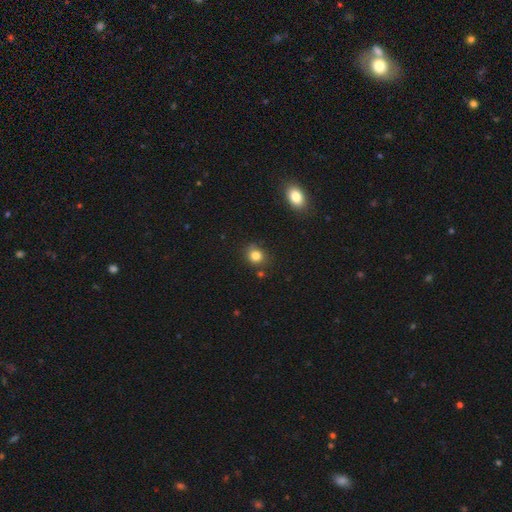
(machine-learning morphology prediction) smooth-or-featured: smooth: 81% | star or artifact: 13% | featured or disk: 6%
  how-rounded: round: 78% | in between: 21% | cigar-shaped: 1%
  merging: none: 74% | minor disturbance: 17% | merger: 5% | major disturbance: 4%